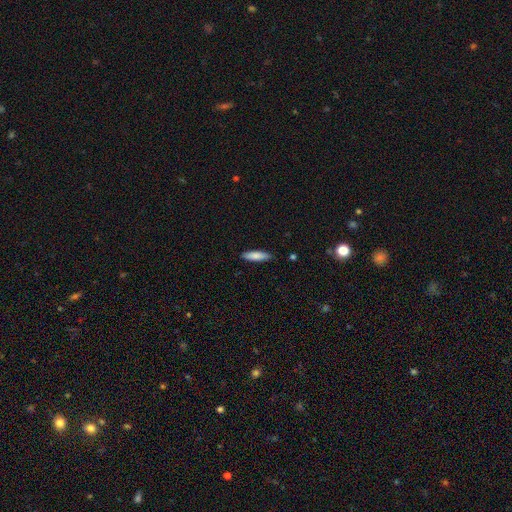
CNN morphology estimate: A smooth galaxy with no disk features (81%) that is cigar-shaped (68%). Merging: none (86%).